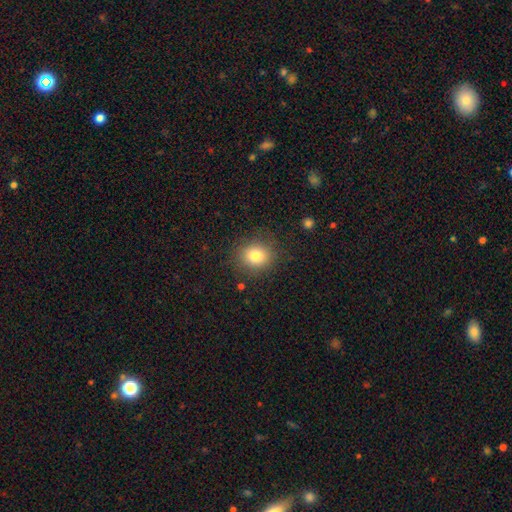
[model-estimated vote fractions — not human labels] Q: Smooth or featured?
A: smooth (80%); runner-up: star or artifact (12%)
Q: How rounded?
A: round (78%); runner-up: in between (21%)
Q: Merging?
A: none (86%); runner-up: minor disturbance (9%)